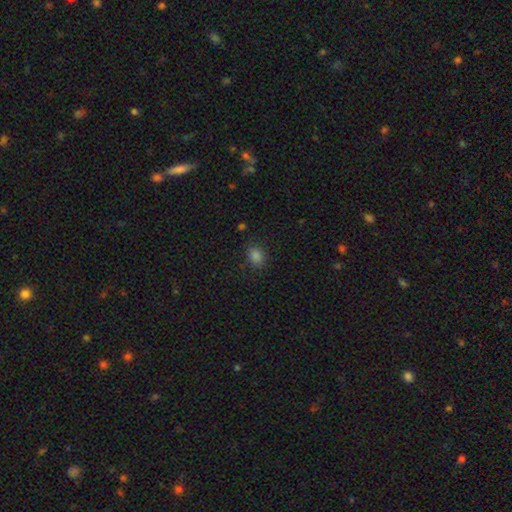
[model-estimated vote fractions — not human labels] A smooth galaxy with no disk features (81%) that is in between round and cigar-shaped (57%).

Vote fractions:
- Smooth or featured? smooth: 81% / star or artifact: 14% / featured or disk: 4%
- How rounded? in between: 57% / round: 42% / cigar-shaped: 1%
- Merging? none: 83% / minor disturbance: 12% / major disturbance: 3% / merger: 1%